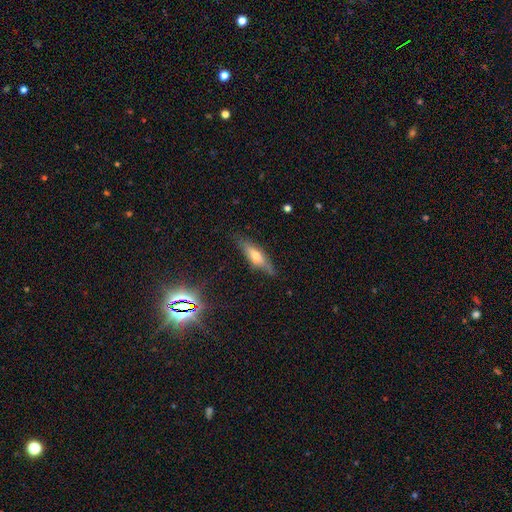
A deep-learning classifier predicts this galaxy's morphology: Smooth or featured? Predicted: featured or disk (p=0.45). Merging? Predicted: none (p=0.74).